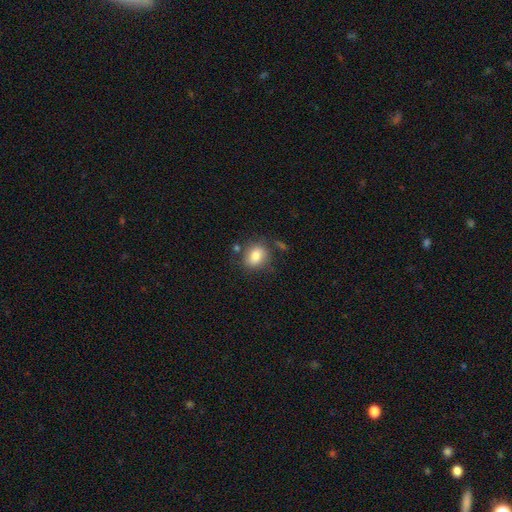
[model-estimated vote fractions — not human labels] Overall: smooth (81%). How rounded: round (53%; in between 46%). Merging: none (71%).